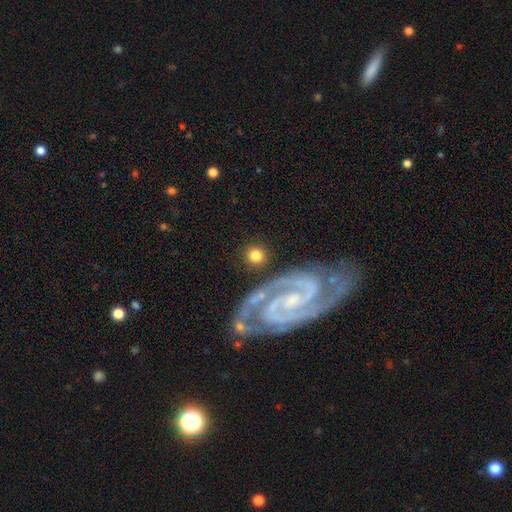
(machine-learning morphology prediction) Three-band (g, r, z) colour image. It shows a smooth galaxy with no disk features (72%) that is round (90%). Merging: none (85%).